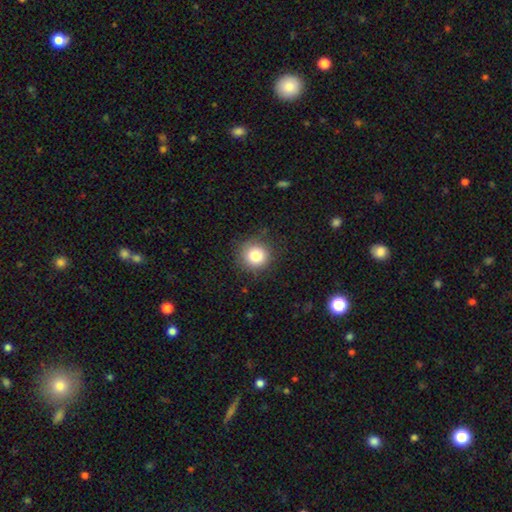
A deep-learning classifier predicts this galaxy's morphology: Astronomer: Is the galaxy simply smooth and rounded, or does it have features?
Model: smooth — 81%.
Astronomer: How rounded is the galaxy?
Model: round — 92%.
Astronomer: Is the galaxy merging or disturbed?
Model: none — 86%.